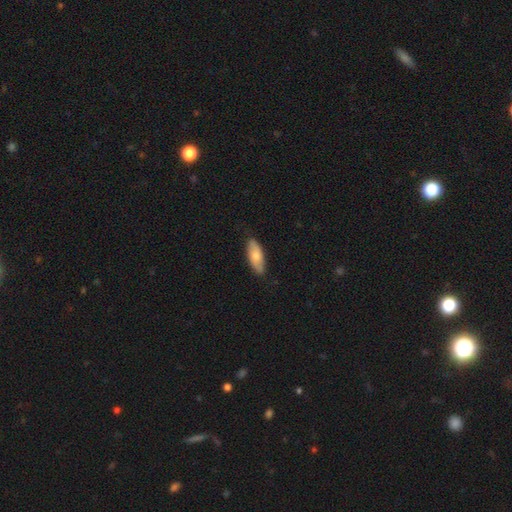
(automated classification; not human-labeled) Smooth or featured?
  - smooth: 69% *
  - featured or disk: 25%
  - star or artifact: 5%
How rounded?
  - in between: 77% *
  - cigar-shaped: 21%
  - round: 2%
Merging?
  - none: 85% *
  - minor disturbance: 12%
  - major disturbance: 2%
  - merger: 1%